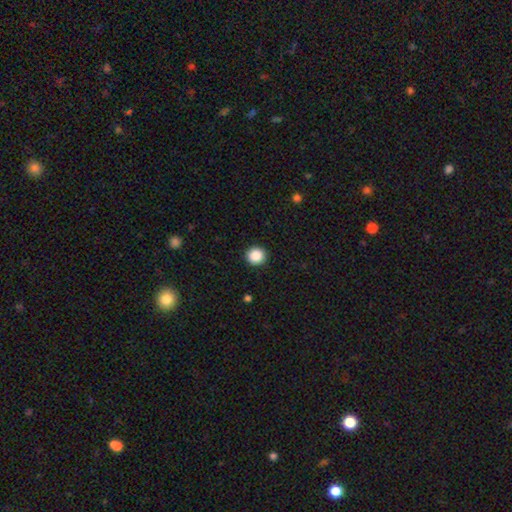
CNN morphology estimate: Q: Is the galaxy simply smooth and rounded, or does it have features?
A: smooth — 88%.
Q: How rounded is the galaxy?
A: round — 94%.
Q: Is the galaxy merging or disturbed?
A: none — 93%.